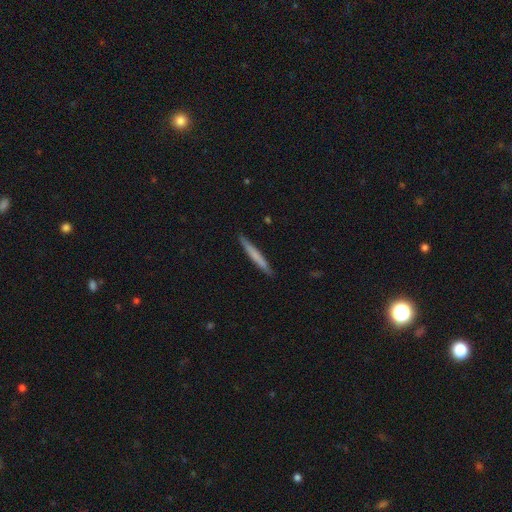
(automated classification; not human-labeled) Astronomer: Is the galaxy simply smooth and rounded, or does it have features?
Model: smooth — 63%.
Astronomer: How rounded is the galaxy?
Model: cigar-shaped — 97%.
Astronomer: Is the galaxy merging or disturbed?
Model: none — 90%.